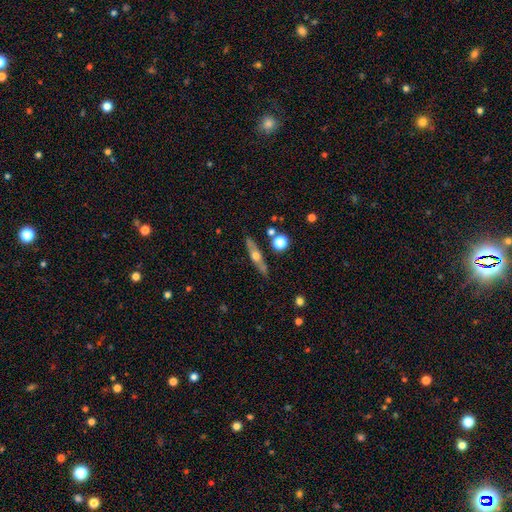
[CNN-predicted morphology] Smooth or featured? Predicted: featured or disk (p=0.63). Edge-on disk? Predicted: yes (p=0.90). Edge-on bulge? Predicted: rounded (p=0.92). Merging? Predicted: none (p=0.86).